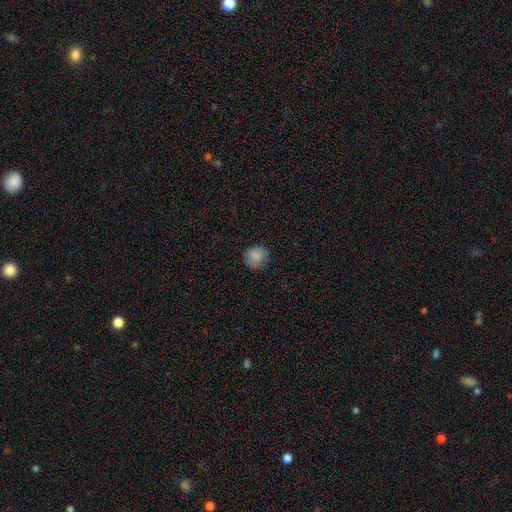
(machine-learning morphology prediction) type=smooth (86%); roundness=round (85%); merging=none (82%).